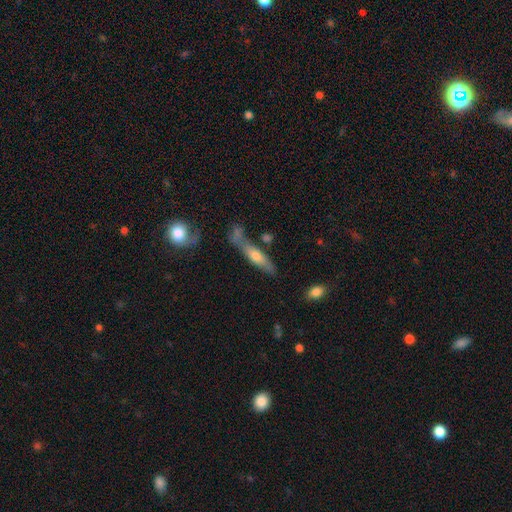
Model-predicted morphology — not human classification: Smooth or featured?
  - smooth: 52% *
  - featured or disk: 42%
  - star or artifact: 7%
How rounded?
  - cigar-shaped: 72% *
  - in between: 25%
  - round: 3%
Merging?
  - none: 56% *
  - minor disturbance: 20%
  - merger: 16%
  - major disturbance: 8%